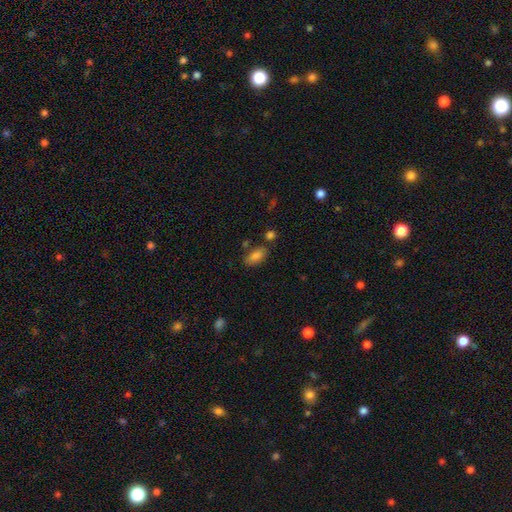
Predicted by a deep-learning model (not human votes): Morphology: type=smooth (83%); roundness=in between (89%); merging=none (73%).